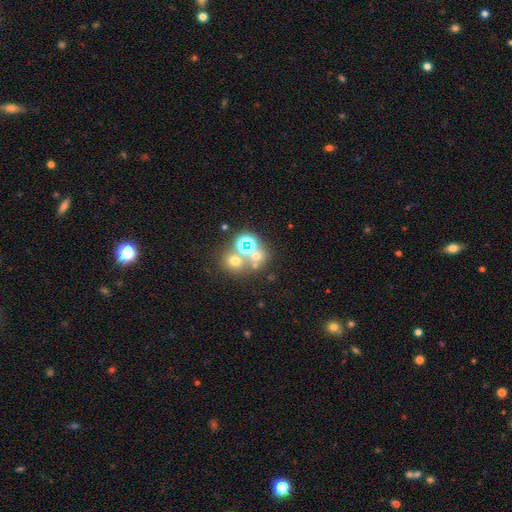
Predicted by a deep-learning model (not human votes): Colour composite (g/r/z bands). It shows a smooth galaxy with no disk features (48%). Merging: none (53%).